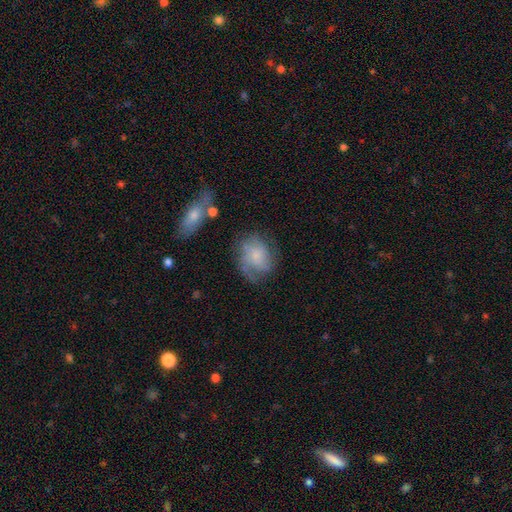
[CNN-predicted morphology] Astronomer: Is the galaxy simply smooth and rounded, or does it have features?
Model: smooth — 52% (runner-up: featured or disk, 40%).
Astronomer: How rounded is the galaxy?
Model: in between — 51% (runner-up: round, 48%).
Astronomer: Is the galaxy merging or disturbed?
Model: none — 52% (runner-up: minor disturbance, 27%).